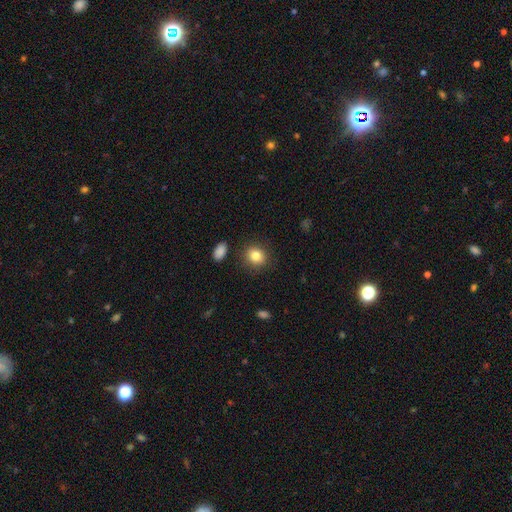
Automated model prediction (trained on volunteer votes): smooth_or_featured: smooth (p=0.84) [alt: star or artifact p=0.09]
how_rounded: round (p=0.78) [alt: in between p=0.21]
merging: none (p=0.88) [alt: minor disturbance p=0.08]